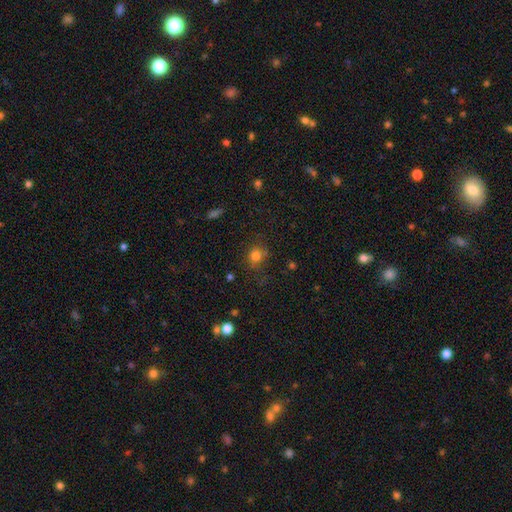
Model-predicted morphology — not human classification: smooth_or_featured: smooth (p=0.78) [alt: star or artifact p=0.15]
how_rounded: round (p=0.75) [alt: in between p=0.24]
merging: none (p=0.72) [alt: minor disturbance p=0.17]